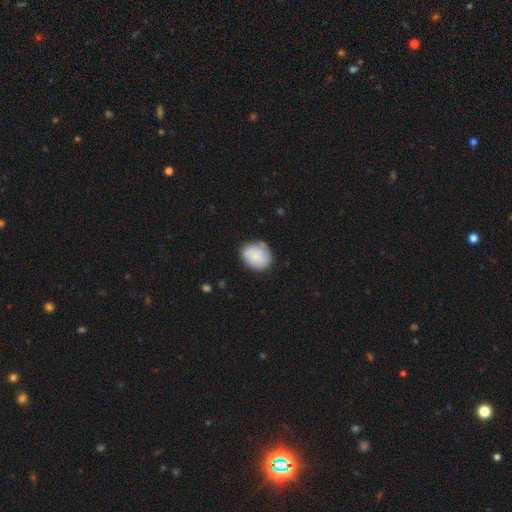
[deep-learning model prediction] This is likely a smooth galaxy (73%). How rounded: possibly round (53%). Merging: likely none (69%).